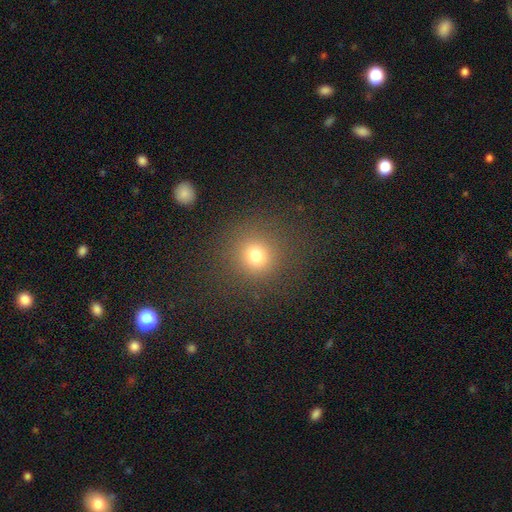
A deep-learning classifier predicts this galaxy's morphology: Smooth or featured? smooth (74%)
How rounded? round (91%)
Merging? none (87%)